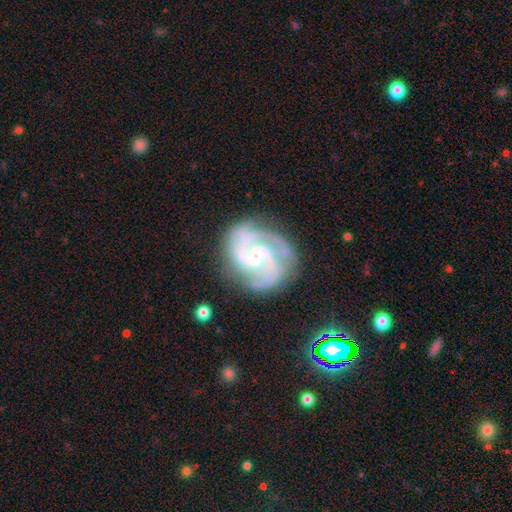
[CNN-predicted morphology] smooth-or-featured: featured or disk: 92% | star or artifact: 5% | smooth: 4%
  disk-edge-on: no: 98% | yes: 2%
    bar: weak: 44% (tied) | no: 44% (tied) | strong: 12%
    has-spiral-arms: yes: 98% | no: 2%
      spiral-winding: medium: 52% | tight: 40% | loose: 8%
      spiral-arm-count: 2: 59% | 3: 23% | can't tell: 6% | 4: 4% | 1: 3% | more than 4: 3%
    bulge-size: small: 71% | moderate: 25% | none: 2% | large: 1% | dominant: 1%
  merging: none: 75% | minor disturbance: 17% | major disturbance: 6% | merger: 2%